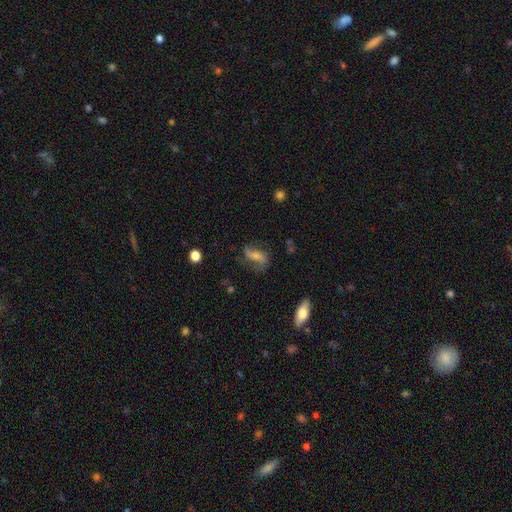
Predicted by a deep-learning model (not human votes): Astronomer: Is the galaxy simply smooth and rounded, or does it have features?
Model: featured or disk — 63%.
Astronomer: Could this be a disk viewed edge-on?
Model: no — 91%.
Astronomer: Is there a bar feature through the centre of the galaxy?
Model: no — 38%, tied with weak at 38%.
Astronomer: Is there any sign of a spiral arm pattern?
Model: yes — 88%.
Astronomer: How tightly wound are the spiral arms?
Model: loose — 49% (runner-up: medium, 36%).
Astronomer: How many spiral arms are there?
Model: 2 — 81%.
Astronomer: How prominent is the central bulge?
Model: small — 47% (runner-up: moderate, 36%).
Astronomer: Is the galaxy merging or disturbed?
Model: none — 65%.